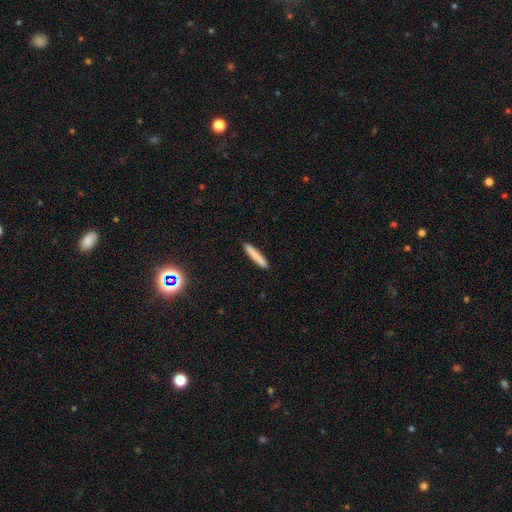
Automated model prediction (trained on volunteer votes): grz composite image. It shows a smooth galaxy with no disk features (81%) that is cigar-shaped (95%). Merging: none (91%).